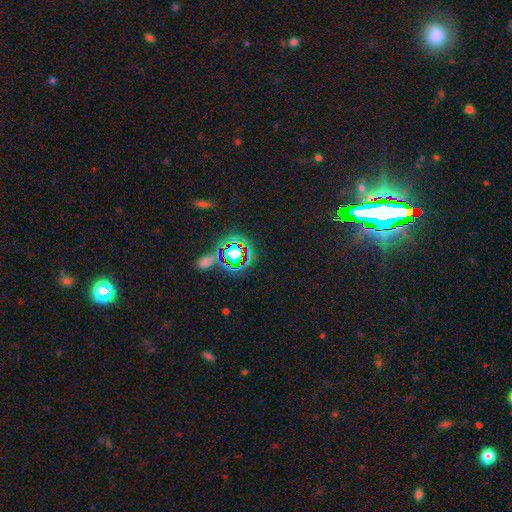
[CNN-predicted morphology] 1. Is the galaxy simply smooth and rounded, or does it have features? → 76% star or artifact, 14% smooth, 9% featured or disk.